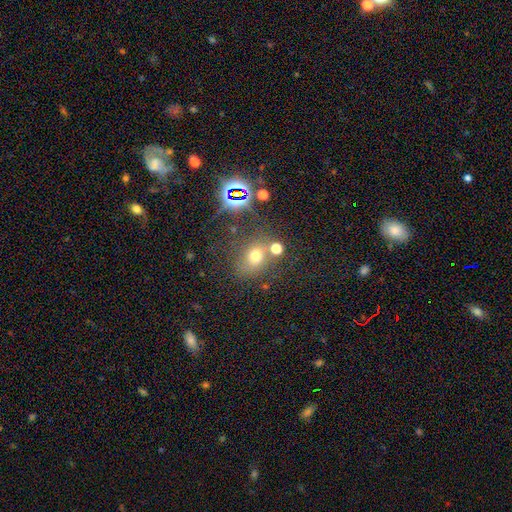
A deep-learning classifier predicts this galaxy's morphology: Smooth or featured? Predicted: smooth (p=0.61). How rounded? Predicted: round (p=0.64). Merging? Predicted: none (p=0.63).